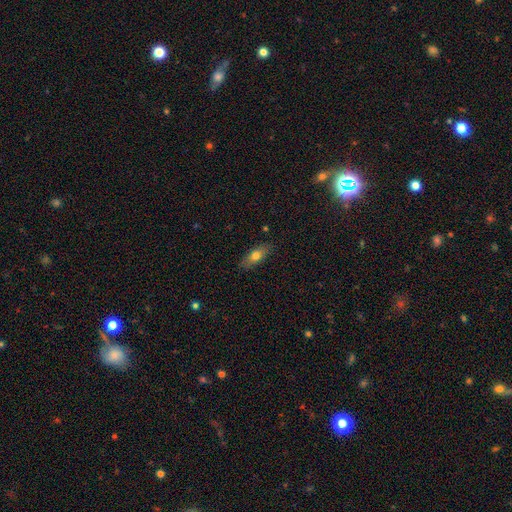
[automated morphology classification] This is likely a smooth galaxy (70%). How rounded: likely in between (74%). Merging: clearly none (85%).